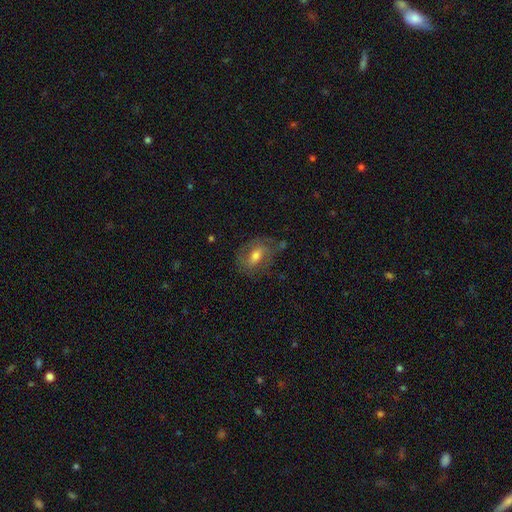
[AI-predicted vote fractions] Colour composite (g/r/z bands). It shows a featured or disk galaxy (46%). Merging: none (62%).